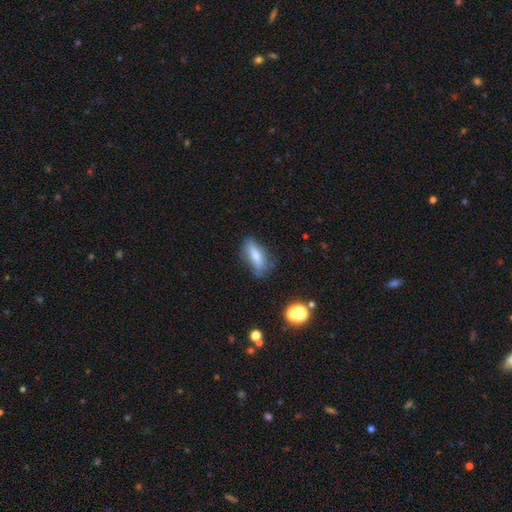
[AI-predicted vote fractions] Smooth or featured? Predicted: smooth (p=0.73). How rounded? Predicted: in between (p=0.54). Merging? Predicted: none (p=0.67).